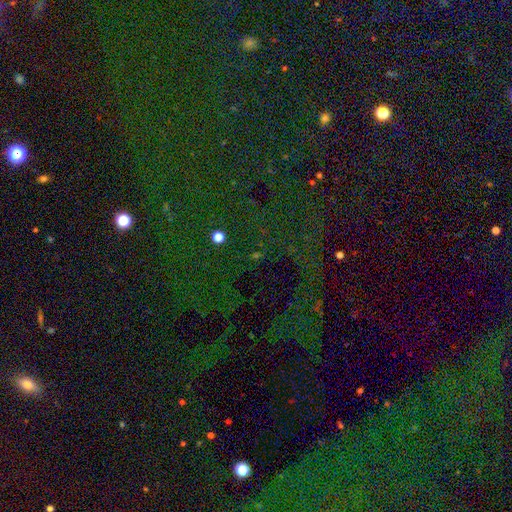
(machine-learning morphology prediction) The model was most divided on "smooth or featured": star or artifact: 77%, smooth: 15%, featured or disk: 8%.